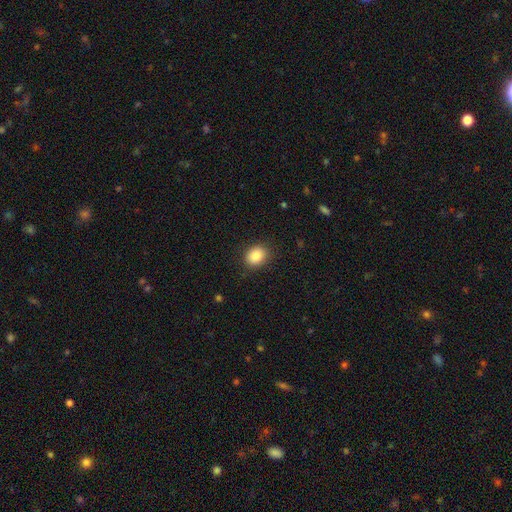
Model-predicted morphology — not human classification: This is clearly a smooth galaxy (87%). How rounded: possibly in between (55%). Merging: clearly none (86%).